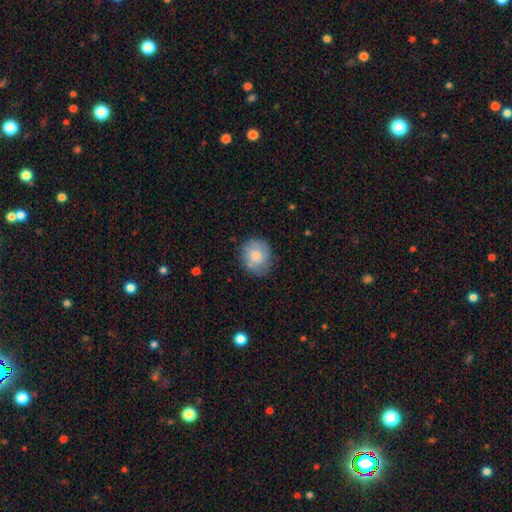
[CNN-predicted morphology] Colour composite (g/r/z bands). It shows a smooth galaxy with no disk features (73%) that is round (78%). Merging: none (77%).